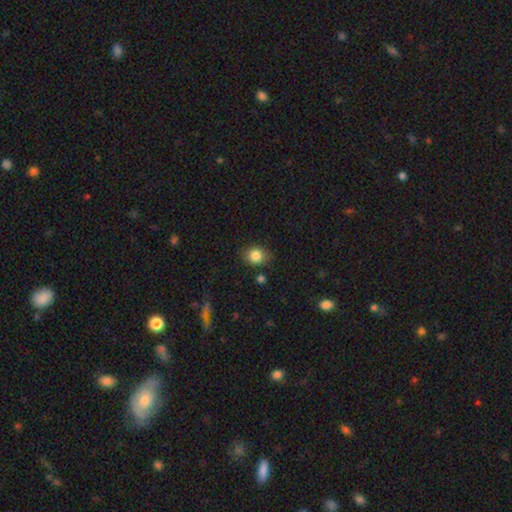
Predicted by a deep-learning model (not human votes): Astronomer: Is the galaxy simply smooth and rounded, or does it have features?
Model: smooth — 84%.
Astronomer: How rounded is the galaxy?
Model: round — 60% (runner-up: in between, 39%).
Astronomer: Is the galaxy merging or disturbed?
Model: none — 82%.